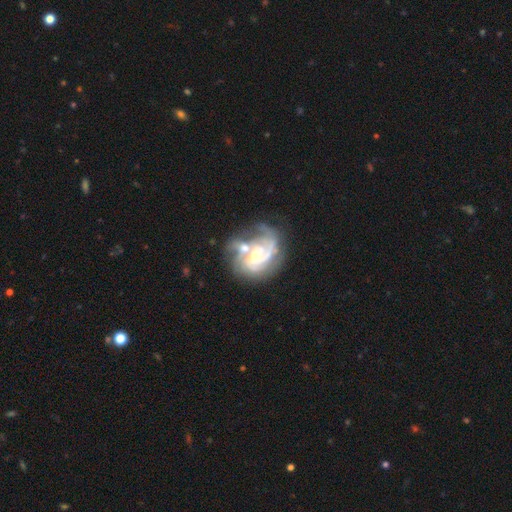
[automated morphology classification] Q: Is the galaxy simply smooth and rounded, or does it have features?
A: featured or disk — 85%.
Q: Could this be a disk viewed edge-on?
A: no — 98%.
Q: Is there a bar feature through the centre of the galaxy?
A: no — 68%.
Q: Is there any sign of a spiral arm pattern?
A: yes — 94%.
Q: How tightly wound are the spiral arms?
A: tight — 55%.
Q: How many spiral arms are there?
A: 3 — 31%.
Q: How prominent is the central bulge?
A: small — 51%.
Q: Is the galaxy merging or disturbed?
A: none — 36%.